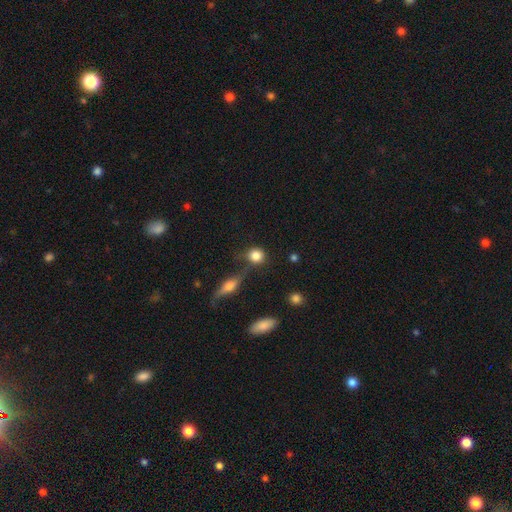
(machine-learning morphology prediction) A smooth galaxy with no disk features (83%) that is round (85%).

Vote fractions:
- Smooth or featured? smooth: 83% / star or artifact: 9% / featured or disk: 8%
- How rounded? round: 85% / in between: 13% / cigar-shaped: 2%
- Merging? none: 63% / merger: 16% / minor disturbance: 15% / major disturbance: 6%